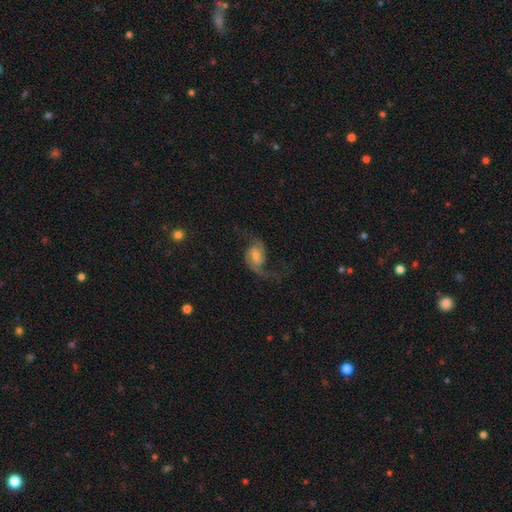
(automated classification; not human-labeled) Q: Smooth or featured?
A: featured or disk (82%); runner-up: smooth (11%)
Q: Edge-on disk?
A: no (97%); runner-up: yes (3%)
Q: Bar?
A: no (51%); runner-up: weak (39%)
Q: Spiral arms?
A: yes (96%); runner-up: no (4%)
Q: Spiral winding?
A: loose (66%); runner-up: medium (28%)
Q: Spiral arm count?
A: 2 (91%); runner-up: 1 (4%)
Q: Bulge size?
A: moderate (51%); runner-up: small (40%)
Q: Merging?
A: none (64%); runner-up: major disturbance (17%)